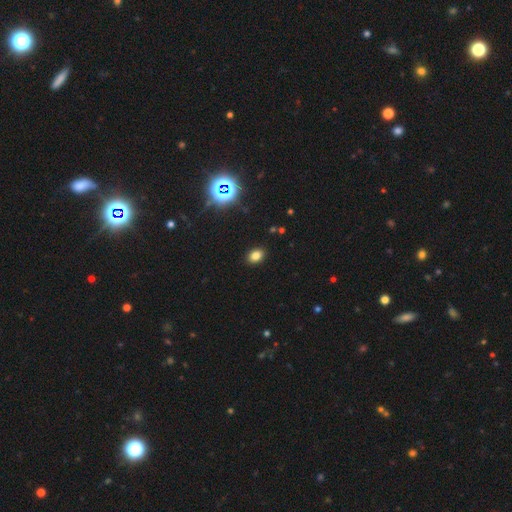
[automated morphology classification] A smooth galaxy with no disk features (78%) that is in between round and cigar-shaped (74%). Merging: none (89%).